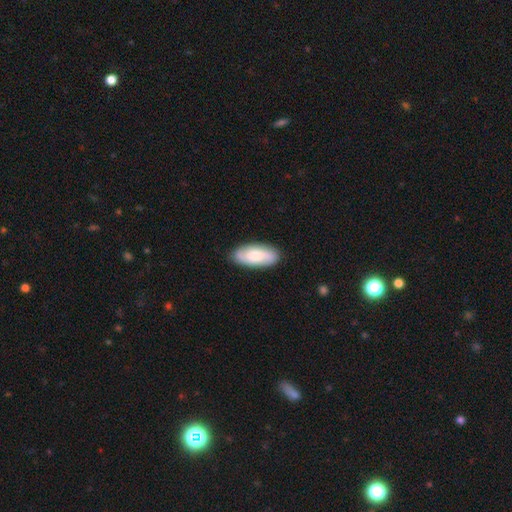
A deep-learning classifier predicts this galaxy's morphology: type=smooth (62%); roundness=in between (88%); merging=none (86%).